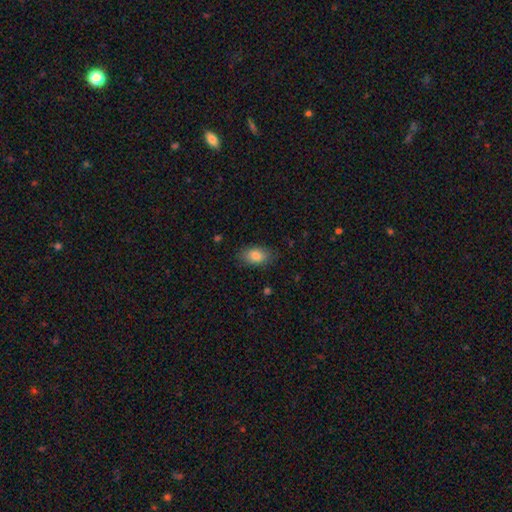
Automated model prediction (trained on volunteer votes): smooth-or-featured: smooth: 84% | featured or disk: 9% | star or artifact: 7%
  how-rounded: in between: 90% | round: 8% | cigar-shaped: 2%
  merging: none: 82% | minor disturbance: 13% | major disturbance: 3% | merger: 1%